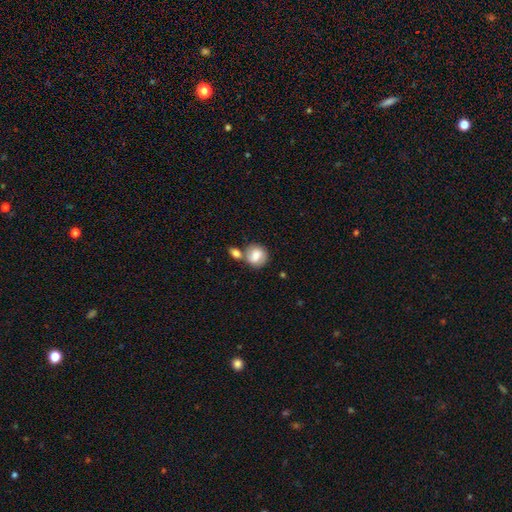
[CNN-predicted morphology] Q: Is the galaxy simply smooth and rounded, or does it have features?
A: smooth — 71%.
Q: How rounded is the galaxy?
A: round — 73%.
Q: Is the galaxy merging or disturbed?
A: none — 46%.